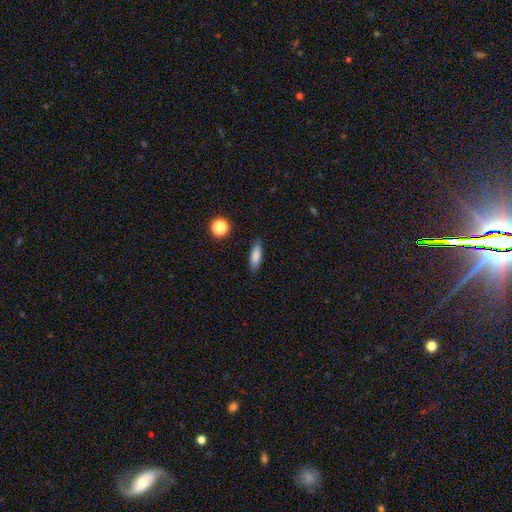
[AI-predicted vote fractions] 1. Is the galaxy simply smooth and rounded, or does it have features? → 81% smooth, 10% featured or disk, 8% star or artifact.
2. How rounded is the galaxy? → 50% in between, 47% cigar-shaped, 3% round.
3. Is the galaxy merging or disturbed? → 87% none, 9% minor disturbance, 2% major disturbance, 1% merger.